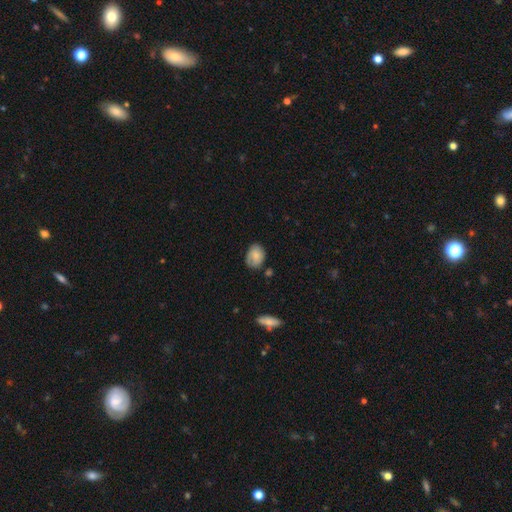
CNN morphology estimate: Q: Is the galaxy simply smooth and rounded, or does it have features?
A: smooth — 78%.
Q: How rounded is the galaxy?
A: in between — 70%.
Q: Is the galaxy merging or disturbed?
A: none — 64%.